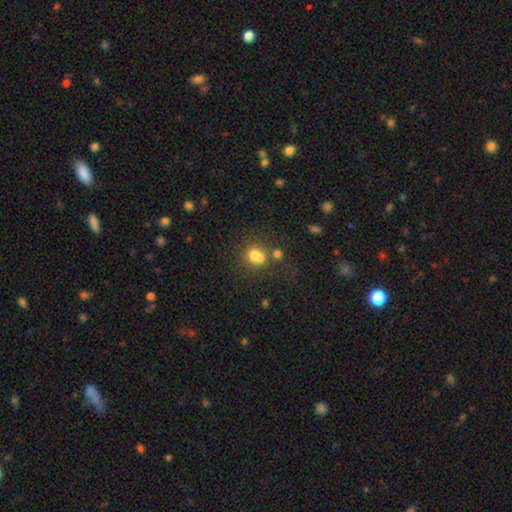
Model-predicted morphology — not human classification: smooth_or_featured: smooth (p=0.73) [alt: star or artifact p=0.14]
how_rounded: round (p=0.69) [alt: in between p=0.30]
merging: none (p=0.42) [alt: merger p=0.41]